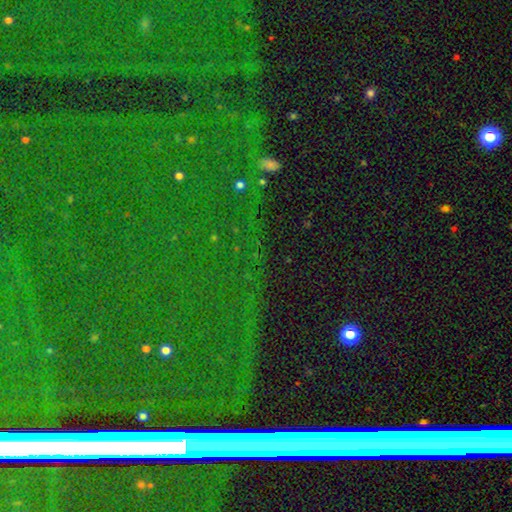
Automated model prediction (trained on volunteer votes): This appears to be a star or artifact, not a galaxy (78%).